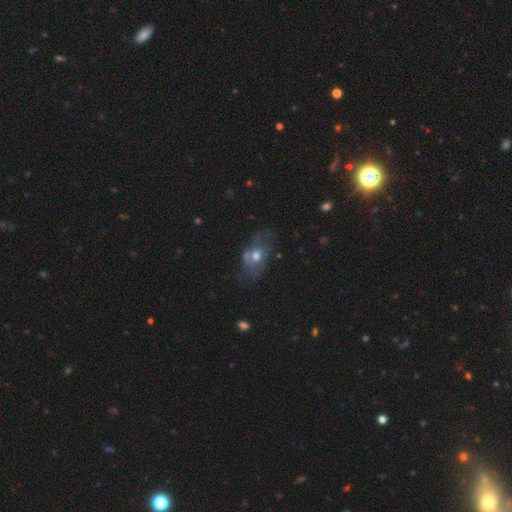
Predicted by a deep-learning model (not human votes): smooth_or_featured: featured or disk (p=0.47) [alt: smooth p=0.38]
merging: none (p=0.48) [alt: minor disturbance p=0.24]